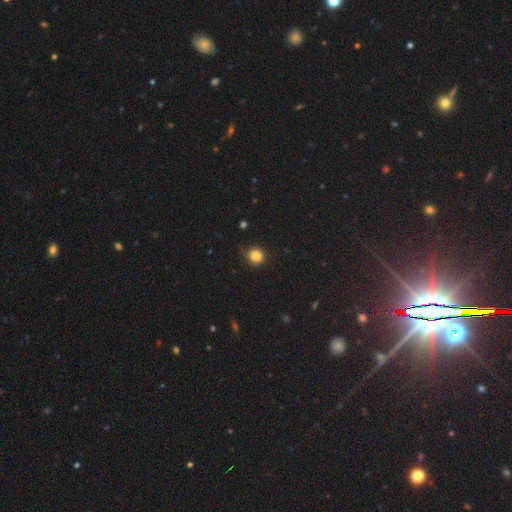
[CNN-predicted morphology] A smooth galaxy with no disk features (85%) that is round (89%). Merging: none (85%).